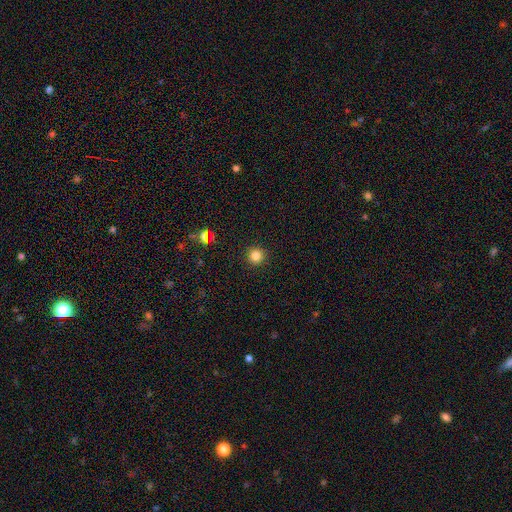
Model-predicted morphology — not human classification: This is clearly a smooth galaxy (83%). How rounded: clearly round (96%). Merging: clearly none (93%).